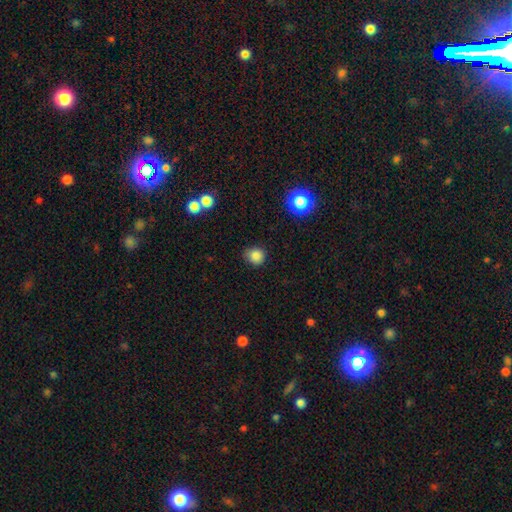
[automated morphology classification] A smooth galaxy with no disk features (84%) that is round (86%).

Vote fractions:
- Smooth or featured? smooth: 84% / star or artifact: 12% / featured or disk: 4%
- How rounded? round: 86% / in between: 13% / cigar-shaped: 1%
- Merging? none: 78% / minor disturbance: 18% / major disturbance: 3% / merger: 2%